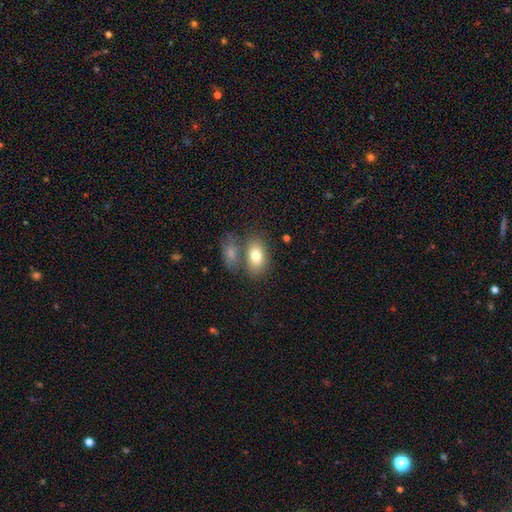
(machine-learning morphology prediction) Q: Smooth or featured?
A: smooth (78%); runner-up: featured or disk (14%)
Q: How rounded?
A: in between (88%); runner-up: round (10%)
Q: Merging?
A: none (56%); runner-up: merger (28%)